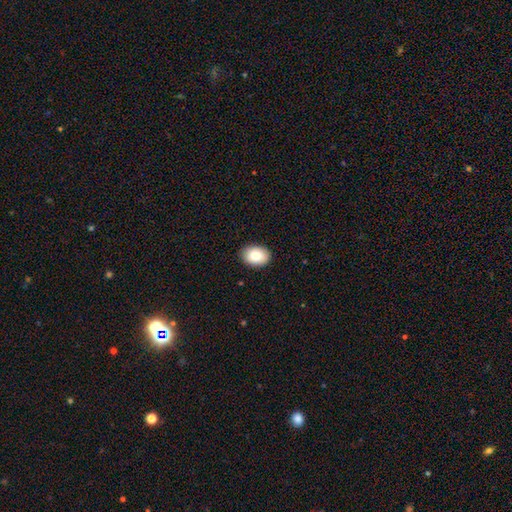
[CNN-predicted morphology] smooth-or-featured: smooth: 85% | featured or disk: 8% | star or artifact: 7%
  how-rounded: in between: 78% | round: 21% | cigar-shaped: 1%
  merging: none: 89% | minor disturbance: 8% | major disturbance: 2% | merger: 1%